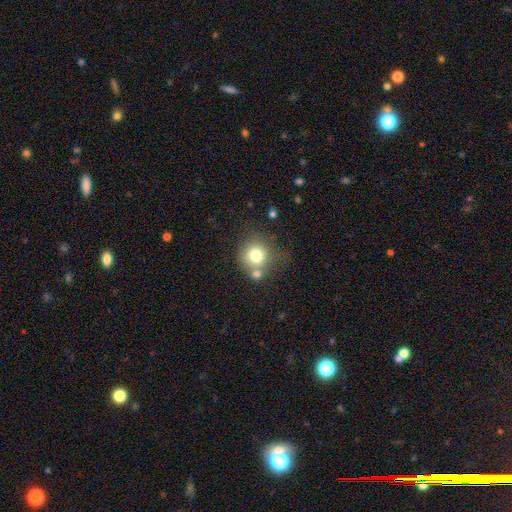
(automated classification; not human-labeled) smooth_or_featured: smooth (p=0.76) [alt: featured or disk p=0.13]
how_rounded: round (p=0.88) [alt: in between p=0.11]
merging: none (p=0.55) [alt: merger p=0.25]